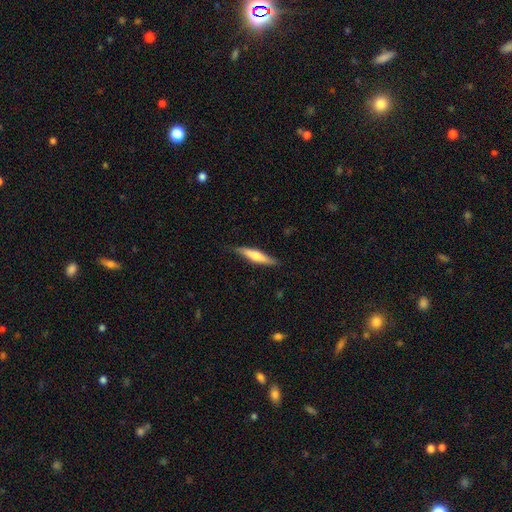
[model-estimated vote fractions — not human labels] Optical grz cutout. It shows a smooth galaxy with no disk features (57%) that is cigar-shaped (84%). Merging: none (84%).